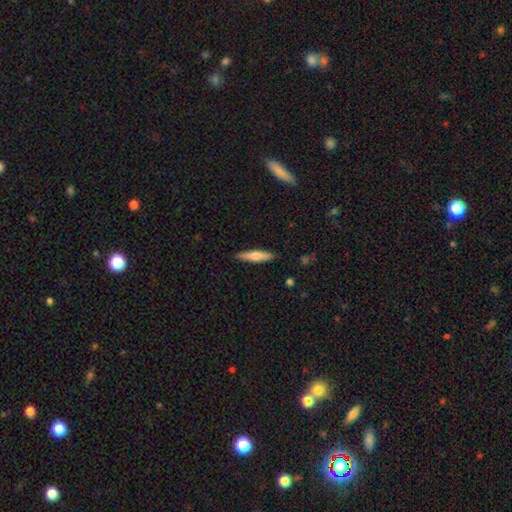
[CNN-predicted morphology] smooth_or_featured: smooth (p=0.63) [alt: featured or disk p=0.31]
how_rounded: cigar-shaped (p=0.83) [alt: in between p=0.15]
merging: none (p=0.89) [alt: minor disturbance p=0.08]